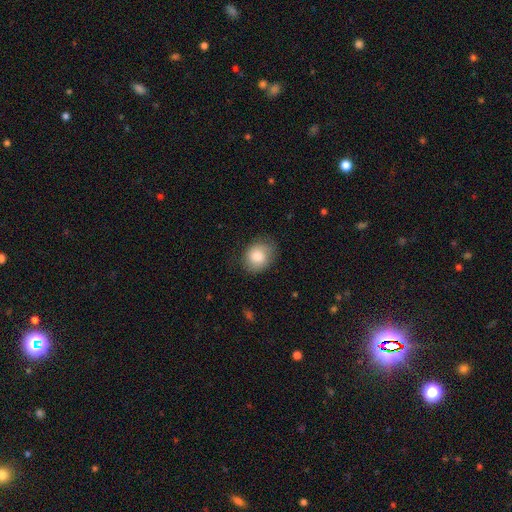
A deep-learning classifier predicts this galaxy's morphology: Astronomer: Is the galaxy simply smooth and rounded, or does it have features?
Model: smooth — 83%.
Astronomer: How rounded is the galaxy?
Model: round — 55% (runner-up: in between, 44%).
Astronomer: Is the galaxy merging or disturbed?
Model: none — 76%.